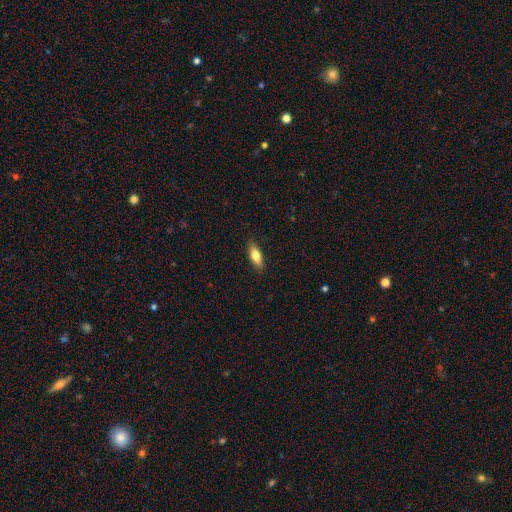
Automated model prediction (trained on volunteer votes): Overall: smooth (76%). How rounded: in between (67%; cigar-shaped 31%). Merging: none (88%).